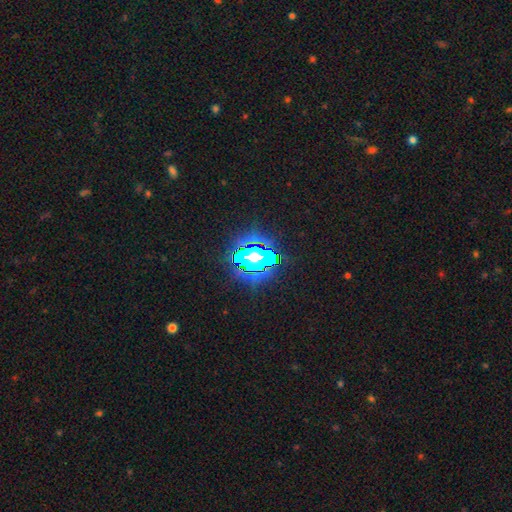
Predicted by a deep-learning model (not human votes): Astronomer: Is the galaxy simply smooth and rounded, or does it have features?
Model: star or artifact — 54%.